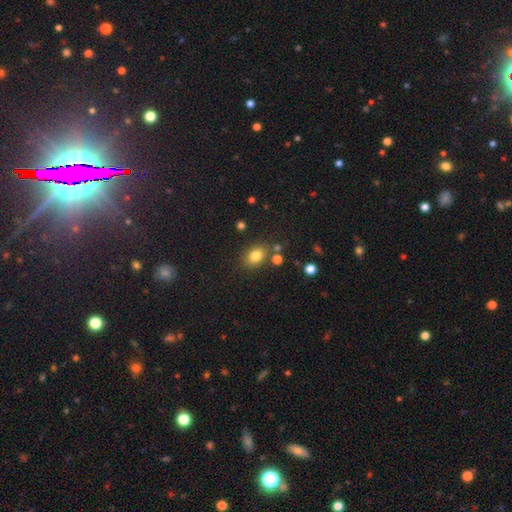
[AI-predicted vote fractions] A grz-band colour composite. It shows a smooth galaxy with no disk features (81%) that is in between round and cigar-shaped (68%). Merging: none (77%).